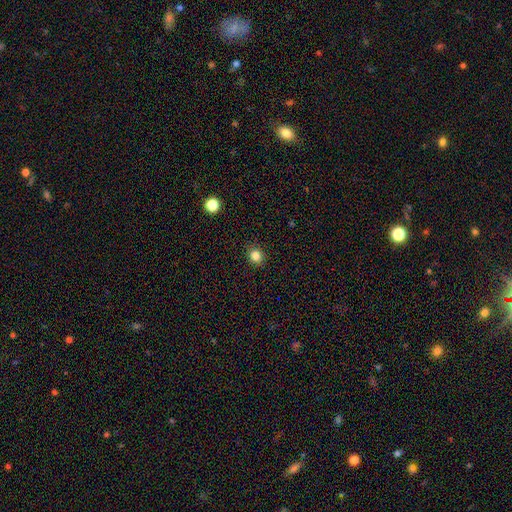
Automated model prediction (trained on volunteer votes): A smooth galaxy with no disk features (83%) that is round (77%). Merging: none (90%).